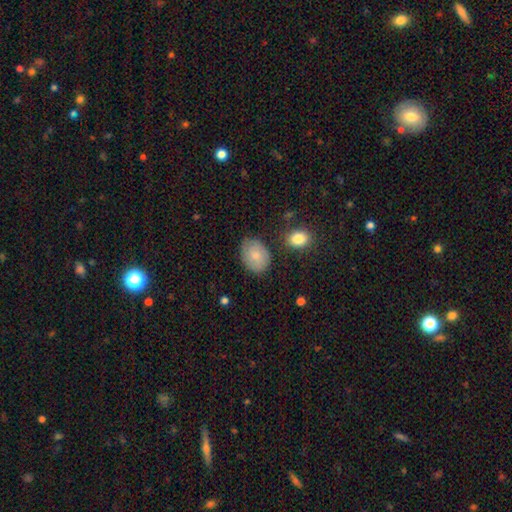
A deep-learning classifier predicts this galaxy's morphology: A smooth galaxy with no disk features (73%) that is in between round and cigar-shaped (69%).

Vote fractions:
- Smooth or featured? smooth: 73% / featured or disk: 20% / star or artifact: 7%
- How rounded? in between: 69% / round: 30% / cigar-shaped: 1%
- Merging? none: 73% / minor disturbance: 20% / major disturbance: 4% / merger: 3%